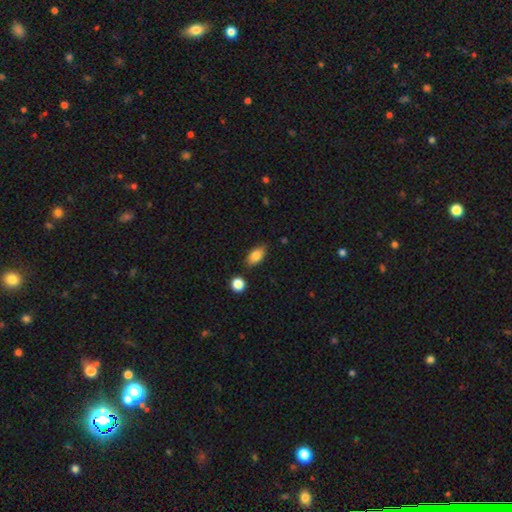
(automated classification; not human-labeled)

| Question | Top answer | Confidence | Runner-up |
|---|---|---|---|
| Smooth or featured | smooth | 84% | featured or disk (8%) |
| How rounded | in between | 89% | round (7%) |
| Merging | none | 81% | minor disturbance (13%) |